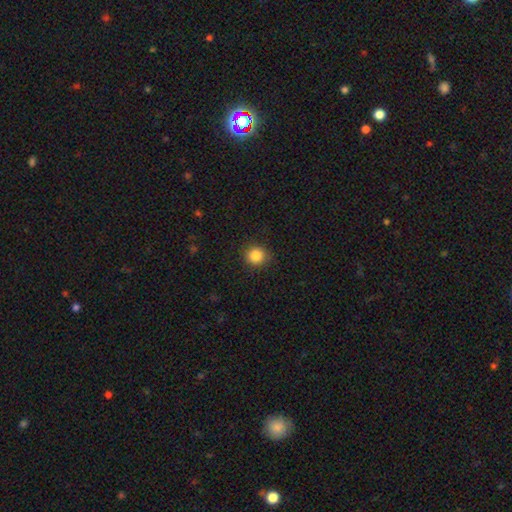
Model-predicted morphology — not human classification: smooth_or_featured: smooth (p=0.85) [alt: star or artifact p=0.10]
how_rounded: round (p=0.89) [alt: in between p=0.10]
merging: none (p=0.89) [alt: minor disturbance p=0.08]